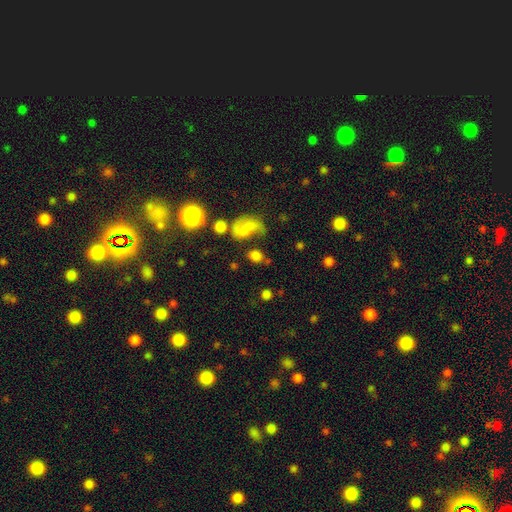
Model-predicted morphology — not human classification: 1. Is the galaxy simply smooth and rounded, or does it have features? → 64% smooth, 20% featured or disk, 15% star or artifact.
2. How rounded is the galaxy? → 57% in between, 41% round, 3% cigar-shaped.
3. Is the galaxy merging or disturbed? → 48% none, 18% merger, 17% major disturbance, 17% minor disturbance.